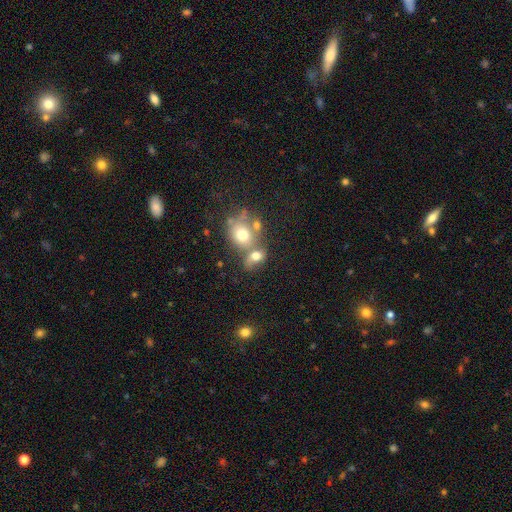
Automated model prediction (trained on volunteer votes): Overall: smooth (69%). How rounded: in between (56%; round 42%). Merging: merger (49%; none 32%).